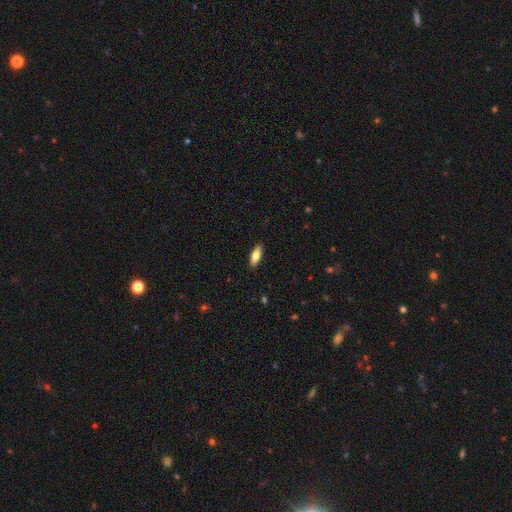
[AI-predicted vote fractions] smooth 75%, featured or disk 19%, star or artifact 6%. Down the decision tree: how rounded — in between (70%); merging — none (89%).